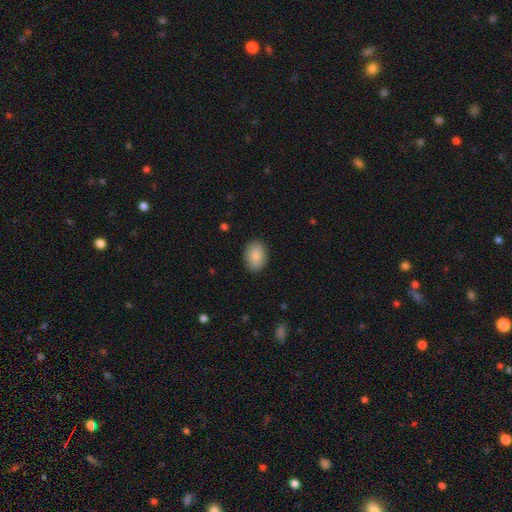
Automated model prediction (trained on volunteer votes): The model was most divided on "how rounded": in between: 79%, round: 20%, cigar-shaped: 1%. More confident: merging — none (88%); smooth or featured — smooth (86%).